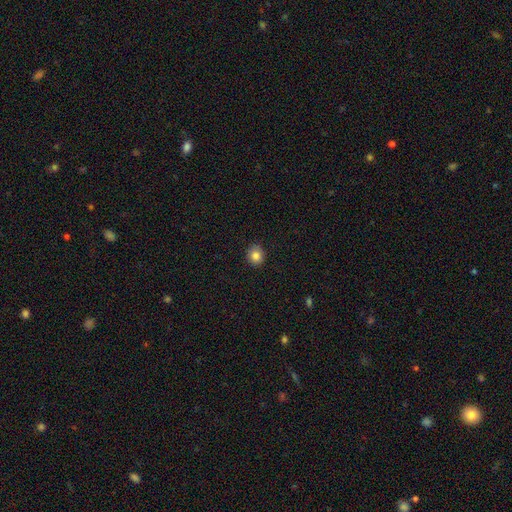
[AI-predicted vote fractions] Q: Smooth or featured?
A: smooth (83%); runner-up: star or artifact (10%)
Q: How rounded?
A: round (76%); runner-up: in between (24%)
Q: Merging?
A: none (89%); runner-up: minor disturbance (8%)